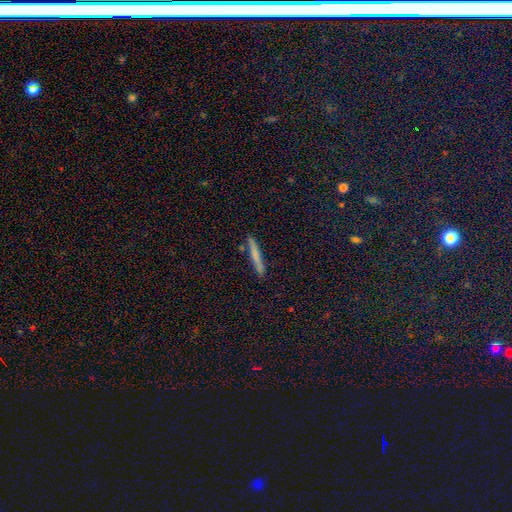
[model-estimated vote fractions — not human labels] Smooth or featured? smooth (67%)
How rounded? cigar-shaped (96%)
Merging? none (88%)